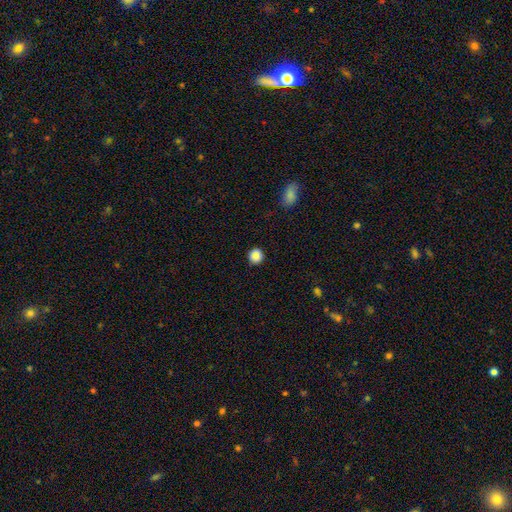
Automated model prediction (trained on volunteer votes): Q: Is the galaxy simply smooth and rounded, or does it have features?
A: smooth — 87%.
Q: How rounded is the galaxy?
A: round — 94%.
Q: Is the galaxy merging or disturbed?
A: none — 88%.